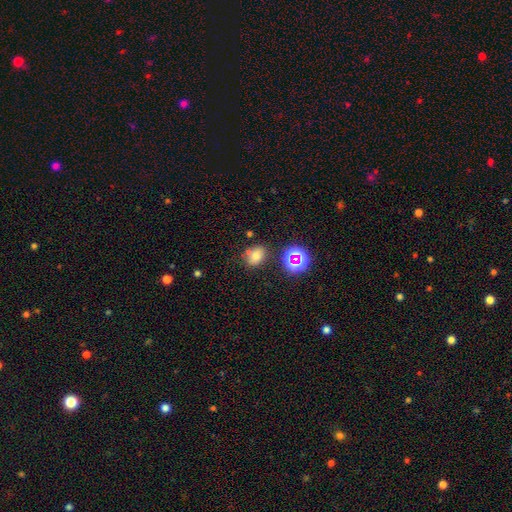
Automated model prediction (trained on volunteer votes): smooth 69%, star or artifact 19%, featured or disk 12%. Down the decision tree: how rounded — in between (55%); merging — none (72%).